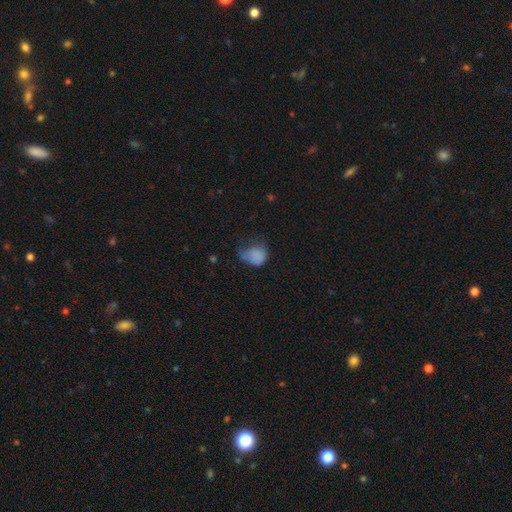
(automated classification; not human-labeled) Smooth or featured?
  - smooth: 76% *
  - featured or disk: 13%
  - star or artifact: 11%
How rounded?
  - in between: 51% *
  - round: 47%
  - cigar-shaped: 1%
Merging?
  - minor disturbance: 37% *
  - major disturbance: 32%
  - none: 27%
  - merger: 3%